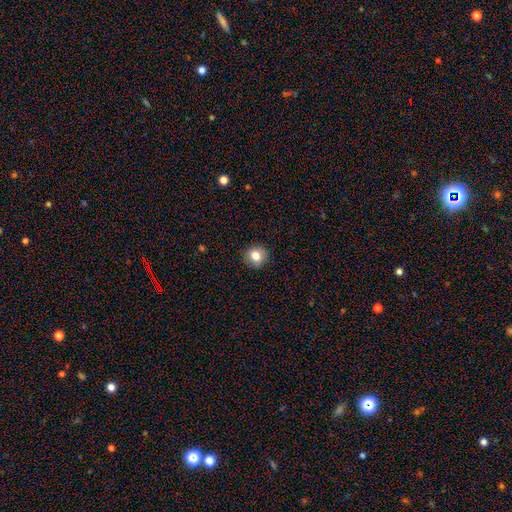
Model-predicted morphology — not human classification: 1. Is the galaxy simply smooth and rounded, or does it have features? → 81% smooth, 10% star or artifact, 9% featured or disk.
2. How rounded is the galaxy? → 87% round, 12% in between, 1% cigar-shaped.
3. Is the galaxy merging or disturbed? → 89% none, 8% minor disturbance, 2% major disturbance, 1% merger.